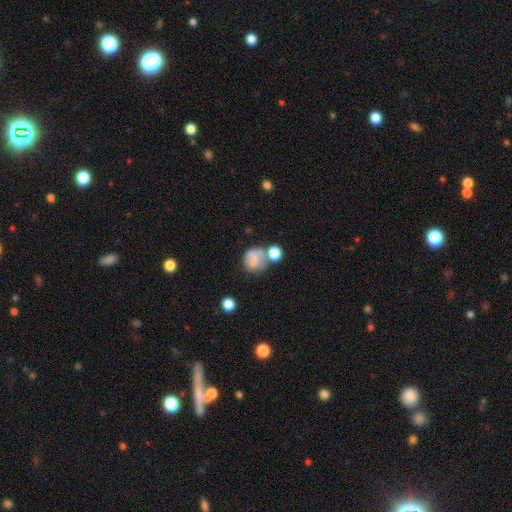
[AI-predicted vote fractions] smooth 68%, featured or disk 21%, star or artifact 11%. Down the decision tree: how rounded — round (72%); merging — none (34%).